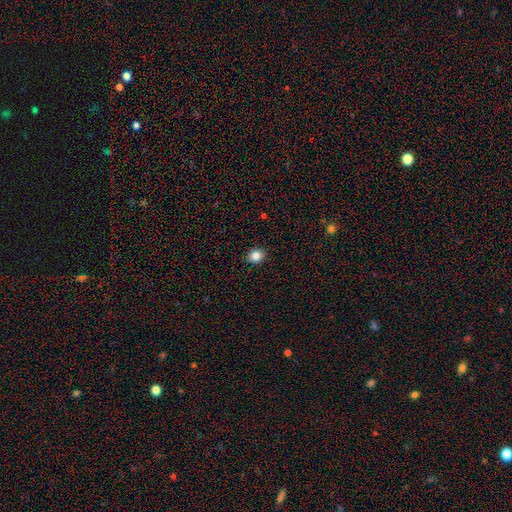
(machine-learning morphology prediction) The model was most divided on "how rounded": round: 67%, in between: 32%, cigar-shaped: 1%. More confident: merging — none (91%); smooth or featured — smooth (83%).